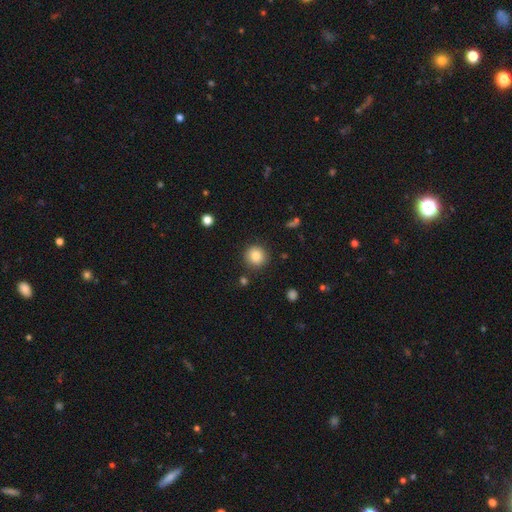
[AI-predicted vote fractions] Overall: smooth (83%). How rounded: round (93%). Merging: none (88%).